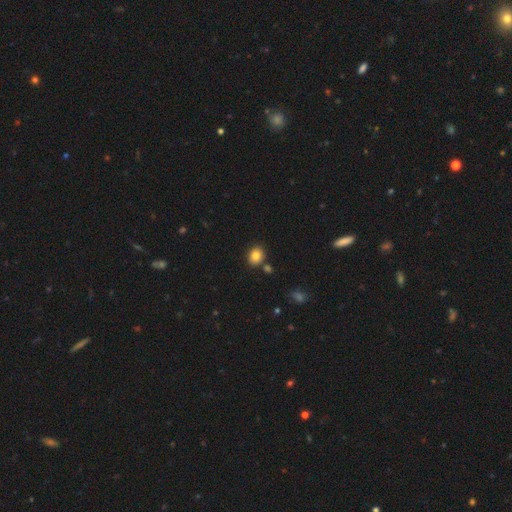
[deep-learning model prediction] This is clearly a smooth galaxy (83%). How rounded: possibly round (55%). Merging: clearly none (80%).